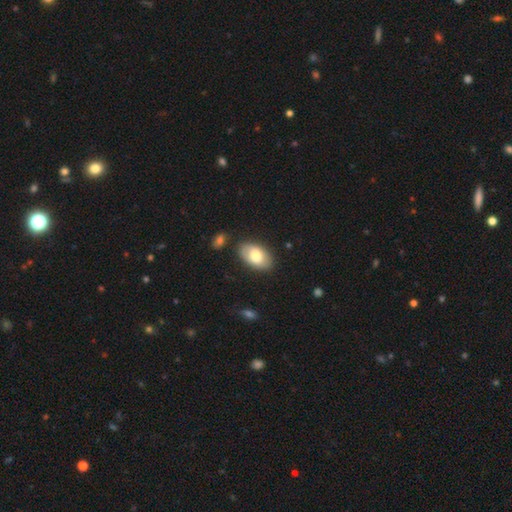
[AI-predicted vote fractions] The model was most divided on "smooth or featured": smooth: 75%, featured or disk: 19%, star or artifact: 6%. More confident: how rounded — in between (93%); merging — none (80%).